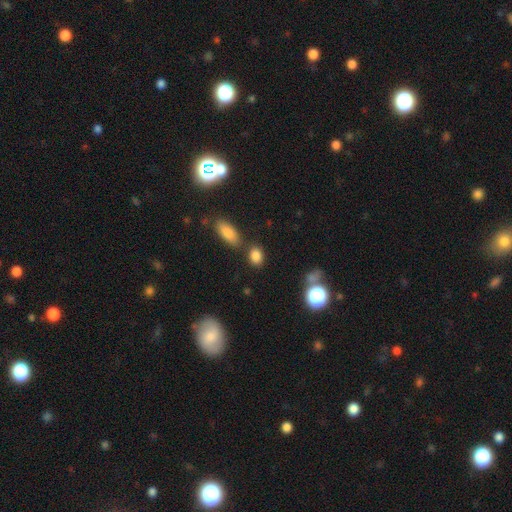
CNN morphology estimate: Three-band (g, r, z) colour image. It shows a smooth galaxy with no disk features (84%) that is in between round and cigar-shaped (66%). Merging: none (72%).